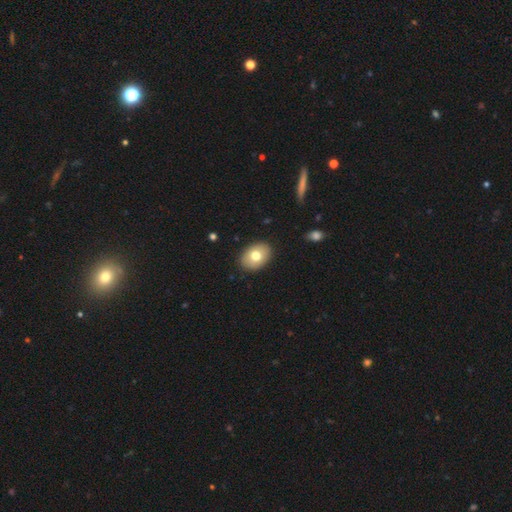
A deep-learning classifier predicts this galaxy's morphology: Smooth or featured? Predicted: smooth (p=0.74). How rounded? Predicted: in between (p=0.79). Merging? Predicted: none (p=0.89).